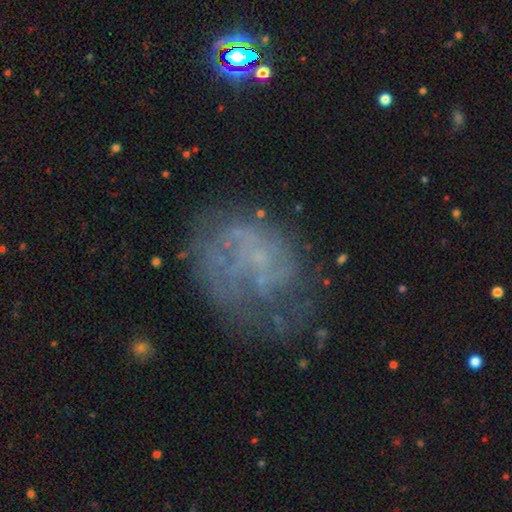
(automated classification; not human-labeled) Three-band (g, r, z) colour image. It shows a featured or disk galaxy (60%) with no bar (86%), no spiral arms (51%) and no central bulge (68%). Merging: none (48%).